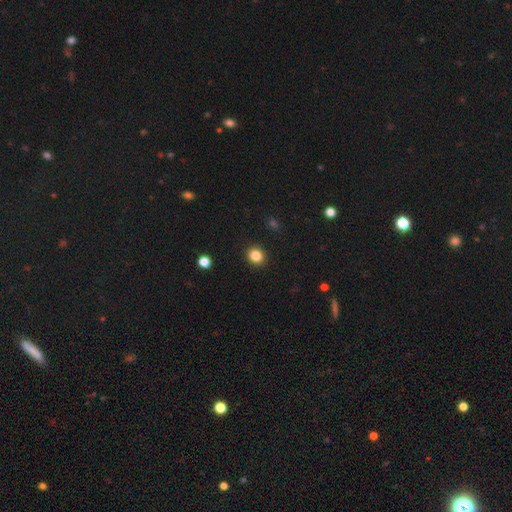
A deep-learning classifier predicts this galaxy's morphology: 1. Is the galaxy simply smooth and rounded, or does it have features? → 84% smooth, 11% star or artifact, 5% featured or disk.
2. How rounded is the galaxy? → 79% round, 21% in between, 1% cigar-shaped.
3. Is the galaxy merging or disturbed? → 91% none, 6% minor disturbance, 2% major disturbance, 1% merger.